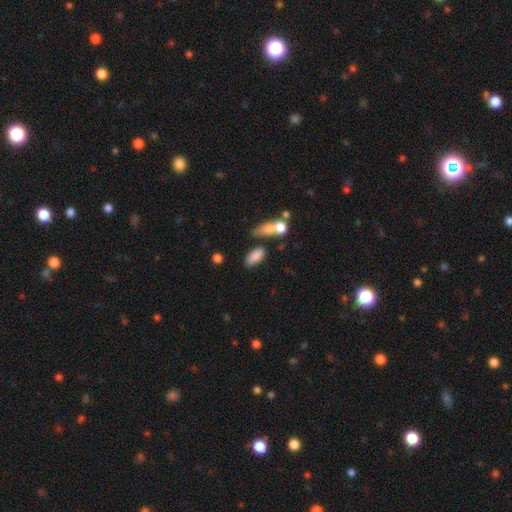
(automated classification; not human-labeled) Morphology: type=smooth (84%); roundness=in between (87%); merging=none (62%).